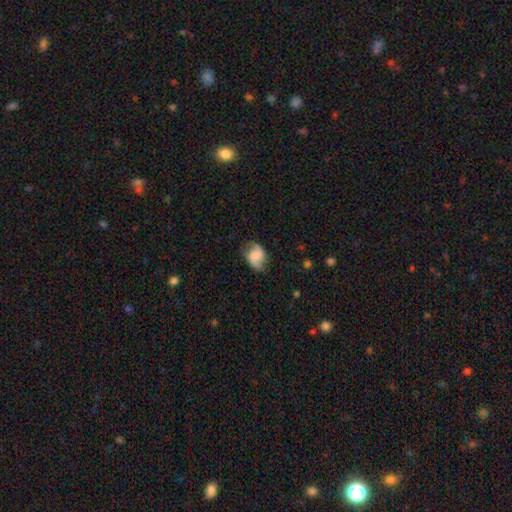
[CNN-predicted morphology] The model was most divided on "smooth or featured": smooth: 56%, featured or disk: 35%, star or artifact: 9%. More confident: how rounded — in between (65%); merging — none (65%).